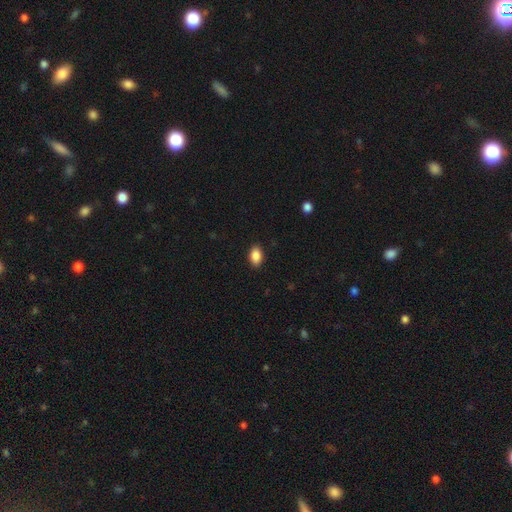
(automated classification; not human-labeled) Morphology: type=smooth (89%); roundness=in between (90%); merging=none (89%).